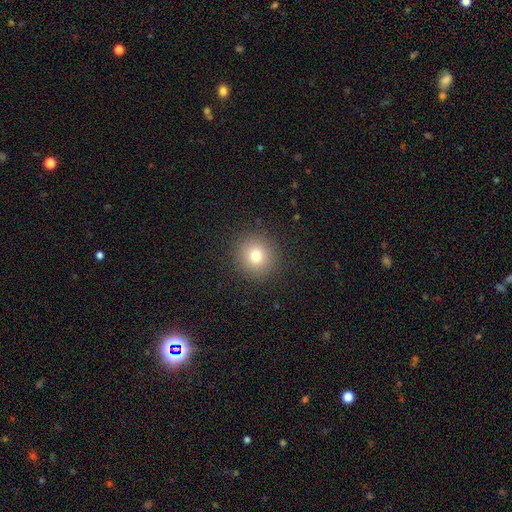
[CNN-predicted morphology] Smooth or featured: smooth — 77% (star or artifact — 14%)
How rounded: round — 93% (in between — 6%)
Merging: none — 91% (minor disturbance — 6%)